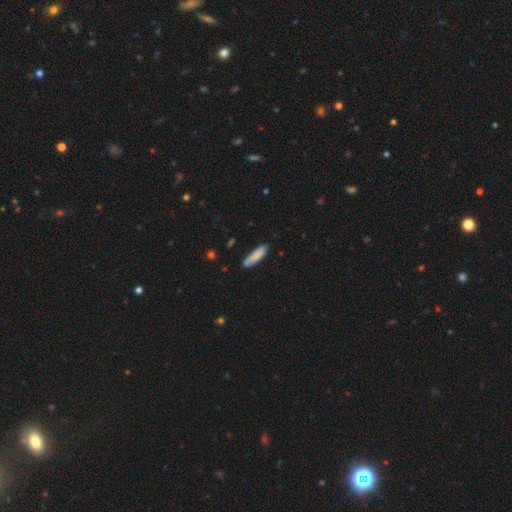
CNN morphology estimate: Smooth or featured? Predicted: smooth (p=0.85). How rounded? Predicted: cigar-shaped (p=0.67). Merging? Predicted: none (p=0.79).